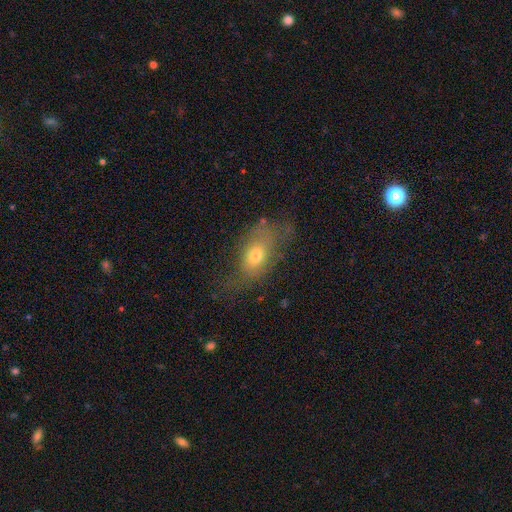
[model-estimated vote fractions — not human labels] smooth-or-featured: smooth: 63% | featured or disk: 26% | star or artifact: 11%
  how-rounded: in between: 83% | round: 11% | cigar-shaped: 6%
  merging: none: 49% | minor disturbance: 27% | major disturbance: 22% | merger: 3%